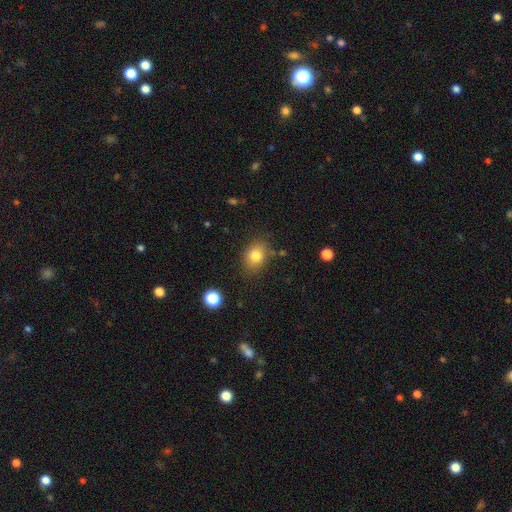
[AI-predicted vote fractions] Morphology: type=smooth (80%); roundness=in between (60%); merging=none (77%).